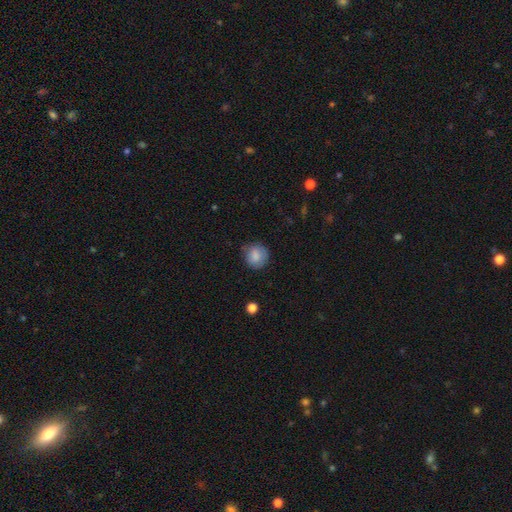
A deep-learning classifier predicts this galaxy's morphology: Q: Smooth or featured?
A: smooth (84%); runner-up: star or artifact (8%)
Q: How rounded?
A: round (86%); runner-up: in between (13%)
Q: Merging?
A: none (75%); runner-up: minor disturbance (19%)